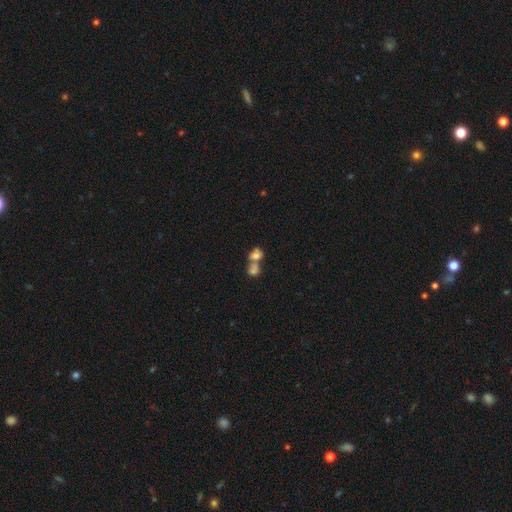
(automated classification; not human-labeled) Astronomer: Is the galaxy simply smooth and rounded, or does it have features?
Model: smooth — 66%.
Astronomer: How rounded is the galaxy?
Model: in between — 60% (runner-up: round, 37%).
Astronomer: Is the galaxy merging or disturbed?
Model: merger — 71%.